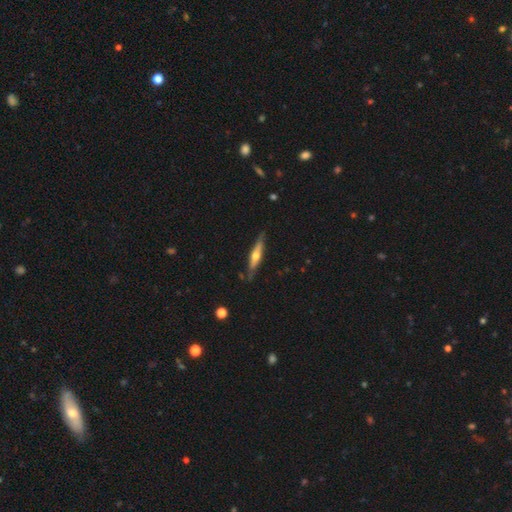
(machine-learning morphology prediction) featured or disk 61%, smooth 34%, star or artifact 5%. Down the decision tree: edge-on disk — yes (93%); edge-on bulge — rounded (89%); merging — none (81%).